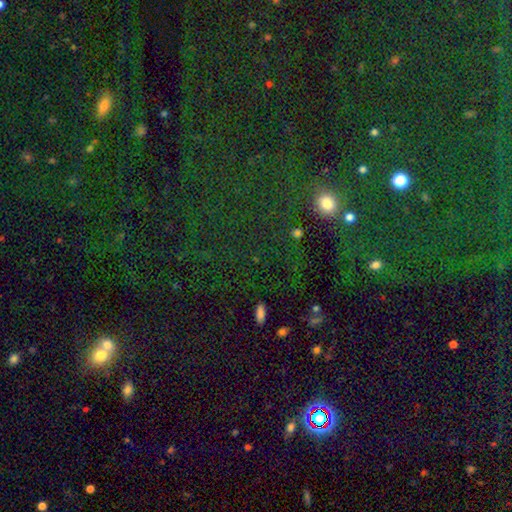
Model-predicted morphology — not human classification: A star or artifact, not a galaxy (76%).

Vote fractions:
- Smooth or featured? star or artifact: 76% / smooth: 17% / featured or disk: 8%